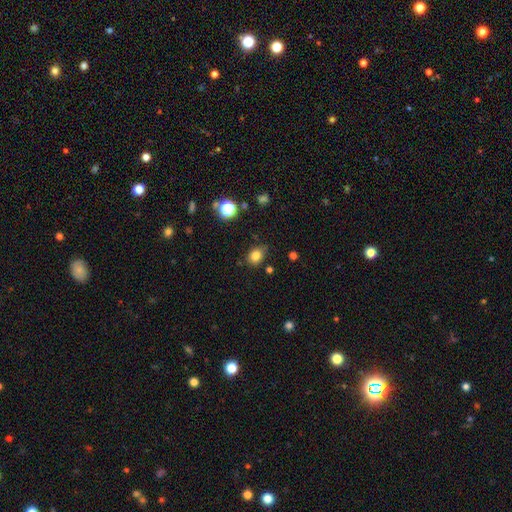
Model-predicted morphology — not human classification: smooth-or-featured: smooth: 80% | star or artifact: 13% | featured or disk: 7%
  how-rounded: in between: 50% | round: 49% | cigar-shaped: 1%
  merging: none: 74% | minor disturbance: 20% | major disturbance: 4% | merger: 3%